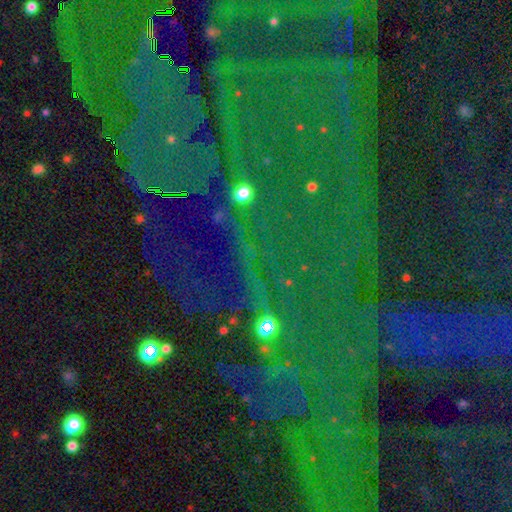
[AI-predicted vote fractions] smooth_or_featured: star or artifact (p=0.85) [alt: smooth p=0.08]